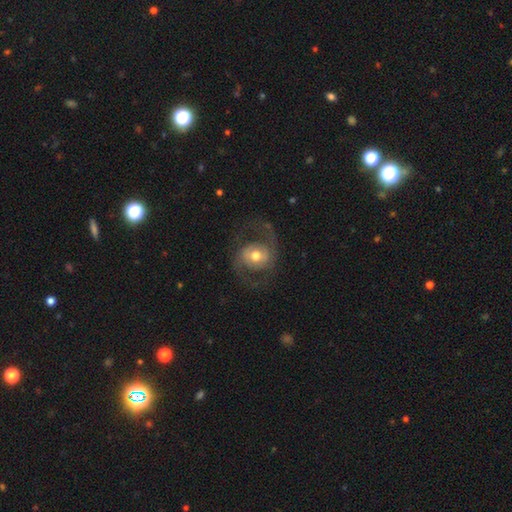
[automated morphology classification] Q: Smooth or featured?
A: featured or disk (77%); runner-up: smooth (17%)
Q: Edge-on disk?
A: no (97%); runner-up: yes (3%)
Q: Bar?
A: no (56%); runner-up: weak (33%)
Q: Spiral arms?
A: yes (87%); runner-up: no (13%)
Q: Spiral winding?
A: medium (50%); runner-up: loose (34%)
Q: Spiral arm count?
A: 2 (90%); runner-up: can't tell (4%)
Q: Bulge size?
A: moderate (73%); runner-up: large (14%)
Q: Merging?
A: none (69%); runner-up: major disturbance (16%)